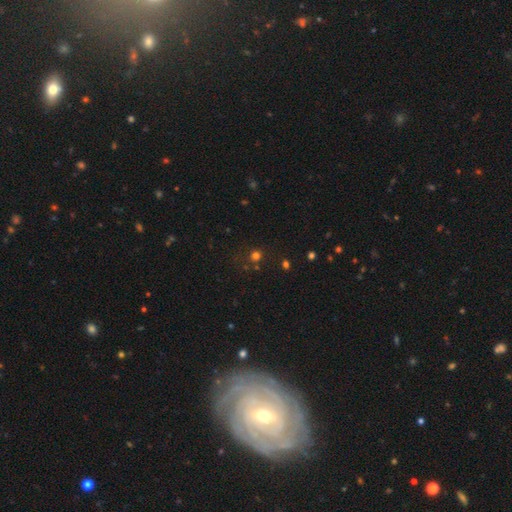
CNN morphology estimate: Q: Smooth or featured?
A: smooth (66%); runner-up: star or artifact (27%)
Q: How rounded?
A: round (91%); runner-up: in between (8%)
Q: Merging?
A: none (77%); runner-up: minor disturbance (11%)